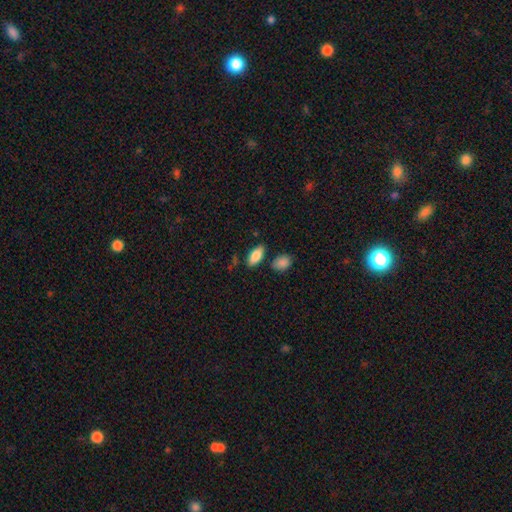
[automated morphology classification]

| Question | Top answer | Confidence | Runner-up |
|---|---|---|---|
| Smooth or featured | smooth | 84% | featured or disk (10%) |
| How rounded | in between | 87% | cigar-shaped (10%) |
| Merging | none | 81% | minor disturbance (12%) |